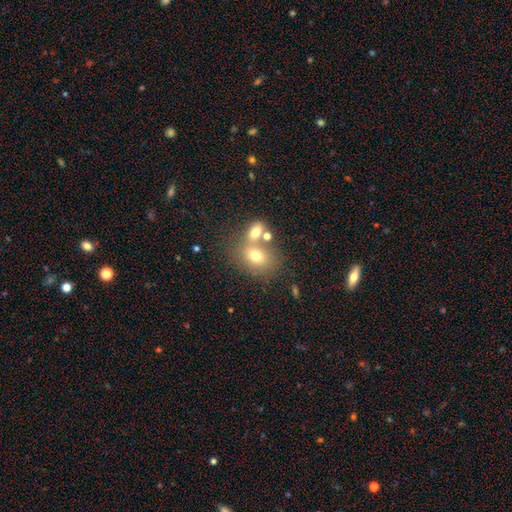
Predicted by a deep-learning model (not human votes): smooth-or-featured: smooth: 68% | featured or disk: 19% | star or artifact: 13%
  how-rounded: in between: 52% | round: 47% | cigar-shaped: 1%
  merging: none: 44% | merger: 40% | minor disturbance: 11% | major disturbance: 5%